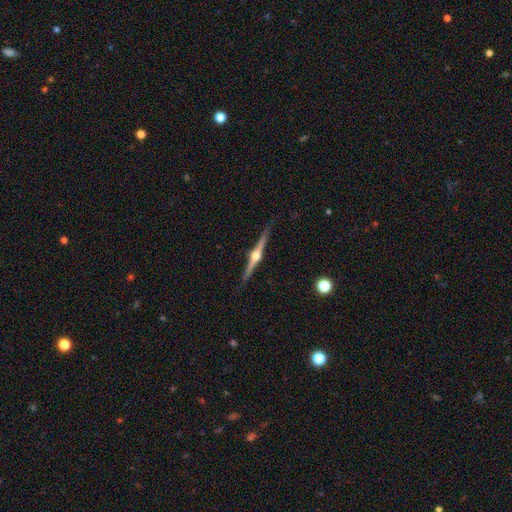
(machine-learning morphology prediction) smooth-or-featured: featured or disk: 86% | smooth: 9% | star or artifact: 5%
  disk-edge-on: yes: 99% | no: 1%
    edge-on-bulge: rounded: 96% | boxy: 2% | none: 2%
  merging: none: 90% | minor disturbance: 7% | major disturbance: 1% | merger: 1%